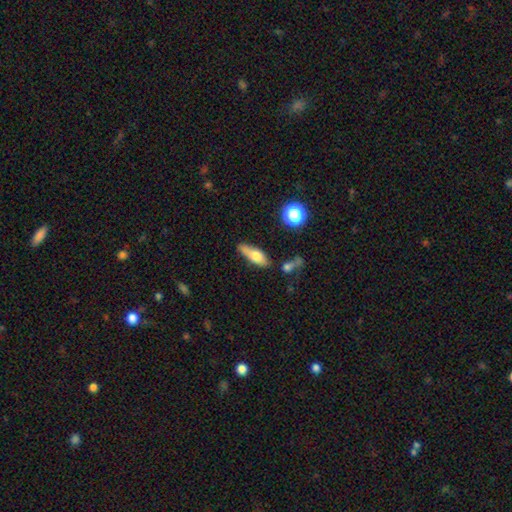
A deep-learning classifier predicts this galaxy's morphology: Smooth or featured? smooth (66%)
How rounded? in between (59%)
Merging? none (62%)